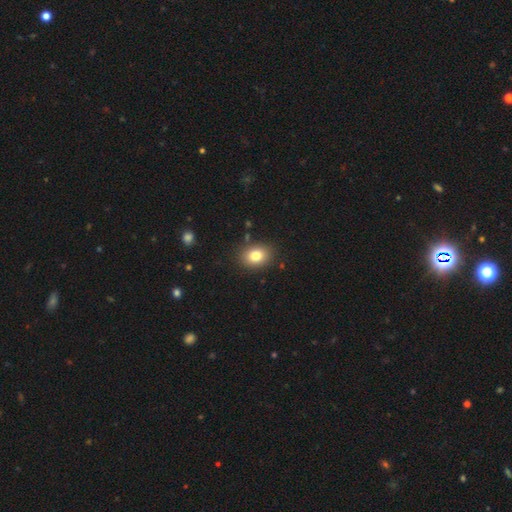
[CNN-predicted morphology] smooth 80%, star or artifact 11%, featured or disk 10%. Down the decision tree: how rounded — in between (61%); merging — none (86%).